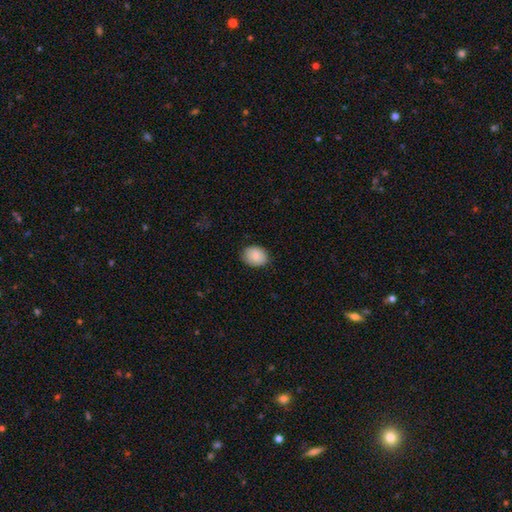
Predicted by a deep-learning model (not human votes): Smooth or featured: smooth — 87% (star or artifact — 7%)
How rounded: in between — 54% (round — 45%)
Merging: none — 83% (minor disturbance — 13%)